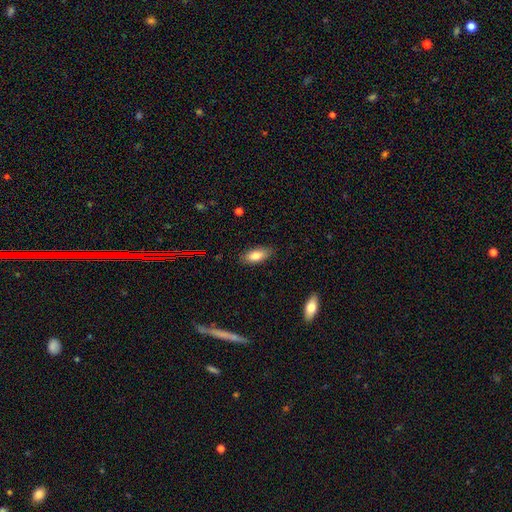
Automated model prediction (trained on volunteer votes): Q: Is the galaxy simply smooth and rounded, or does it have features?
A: smooth — 82%.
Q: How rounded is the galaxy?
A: in between — 87%.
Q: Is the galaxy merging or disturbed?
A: none — 85%.